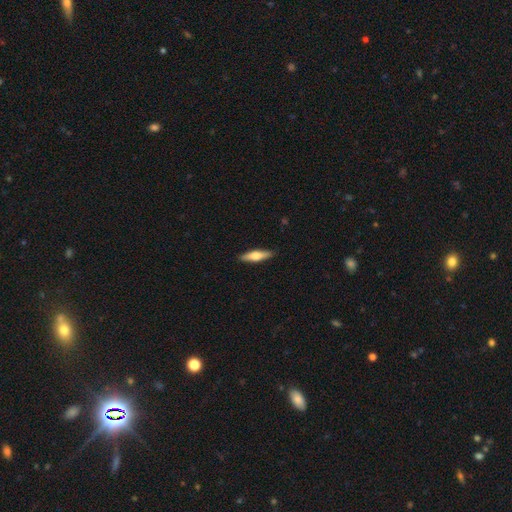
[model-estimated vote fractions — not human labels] A smooth galaxy with no disk features (58%) that is cigar-shaped (67%).

Vote fractions:
- Smooth or featured? smooth: 58% / featured or disk: 37% / star or artifact: 5%
- How rounded? cigar-shaped: 67% / in between: 31% / round: 2%
- Merging? none: 90% / minor disturbance: 8% / major disturbance: 2% / merger: 1%